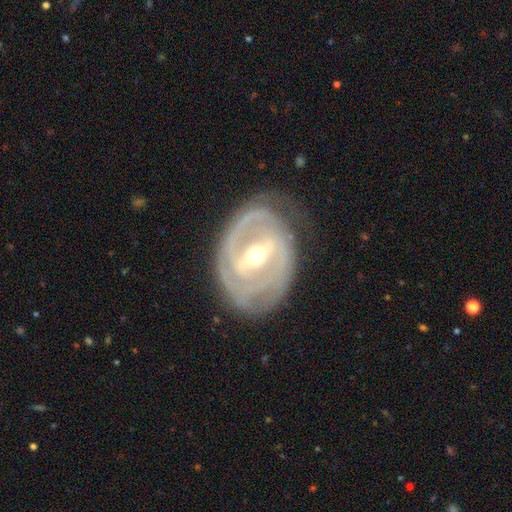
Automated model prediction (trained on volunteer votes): Morphology: type=featured or disk (87%); edge-on=no (95%); bar=strong (53%); spiral arms=yes (89%); winding=tight (68%); arm count=2 (44%); bulge=moderate (61%); merging=none (70%).